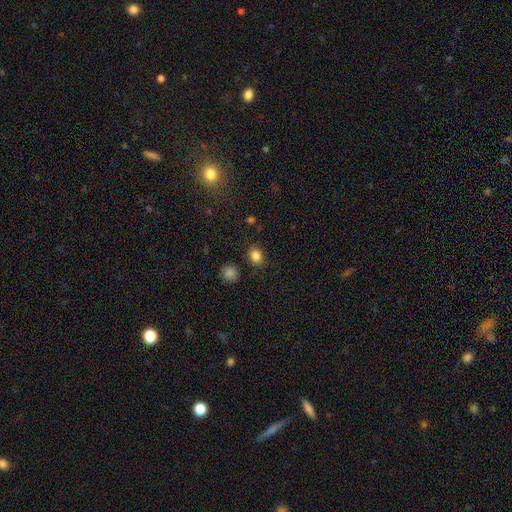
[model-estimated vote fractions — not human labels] smooth 85%, star or artifact 12%, featured or disk 4%. Down the decision tree: how rounded — round (50%); merging — none (84%).